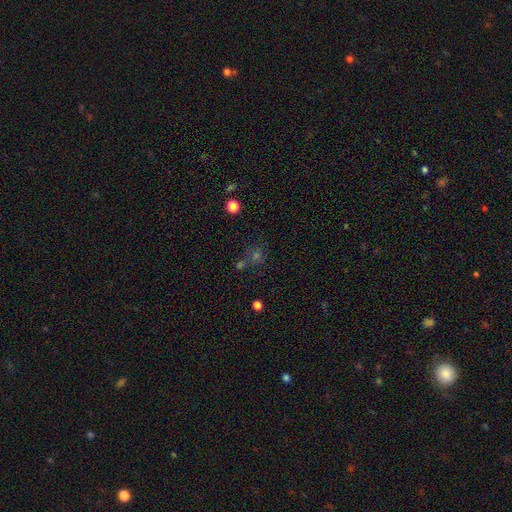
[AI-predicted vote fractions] Overall: smooth (46%; star or artifact 40%). Merging: none (60%; merger 22%).